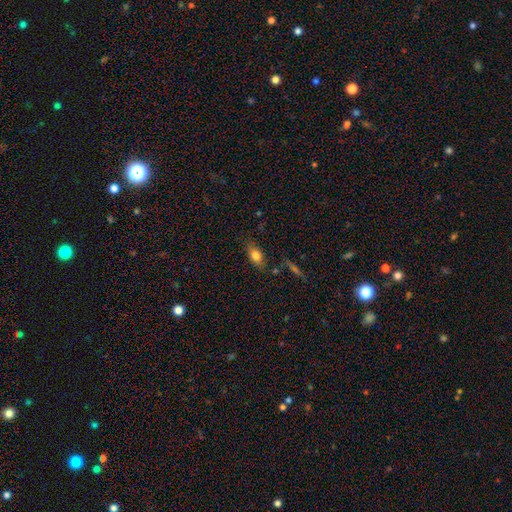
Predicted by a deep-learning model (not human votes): smooth_or_featured: smooth (p=0.74) [alt: featured or disk p=0.16]
how_rounded: in between (p=0.79) [alt: cigar-shaped p=0.11]
merging: none (p=0.74) [alt: minor disturbance p=0.17]